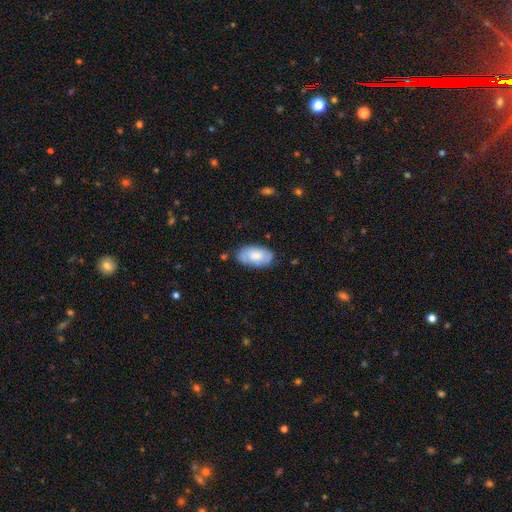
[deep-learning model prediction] Overall: smooth (66%; featured or disk 28%). How rounded: in between (95%). Merging: none (72%).